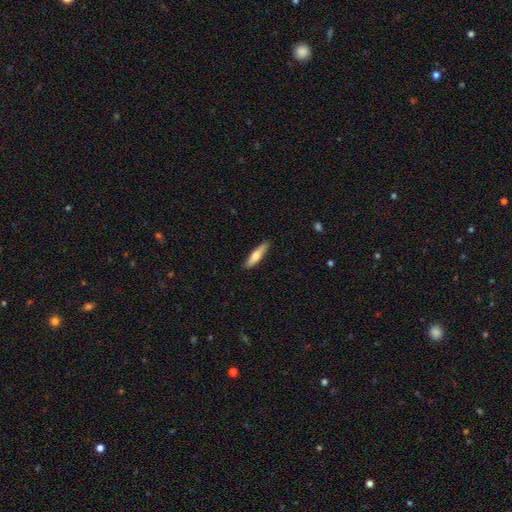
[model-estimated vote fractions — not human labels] Overall: smooth (66%; featured or disk 28%). How rounded: cigar-shaped (78%). Merging: none (86%).